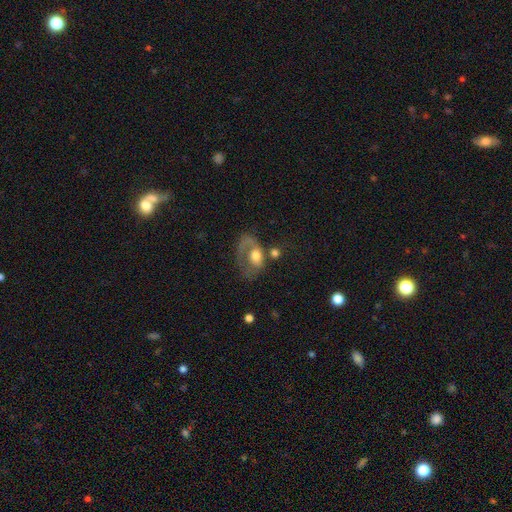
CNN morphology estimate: A featured or disk galaxy (50%). Merging: major disturbance (43%).